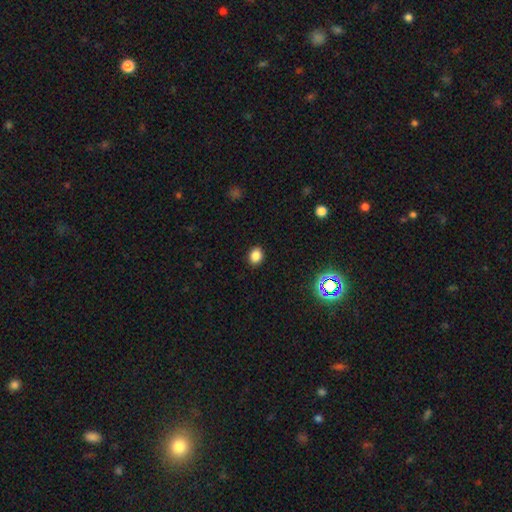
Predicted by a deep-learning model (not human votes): smooth 84%, star or artifact 12%, featured or disk 4%. Down the decision tree: how rounded — round (52%); merging — none (90%).